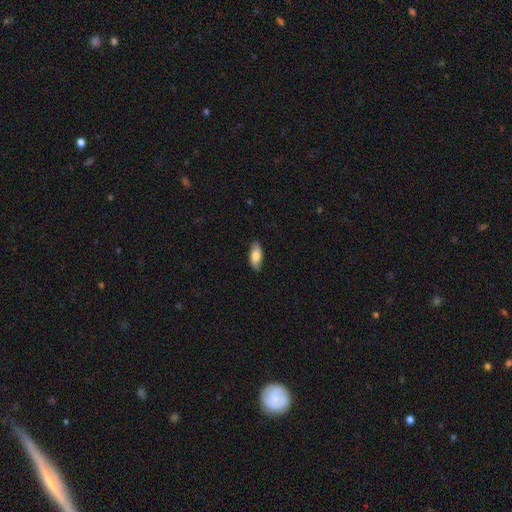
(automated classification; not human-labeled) This appears to be a smooth galaxy with no disk features (81%) that is in between round and cigar-shaped (84%). Merging: none (87%).